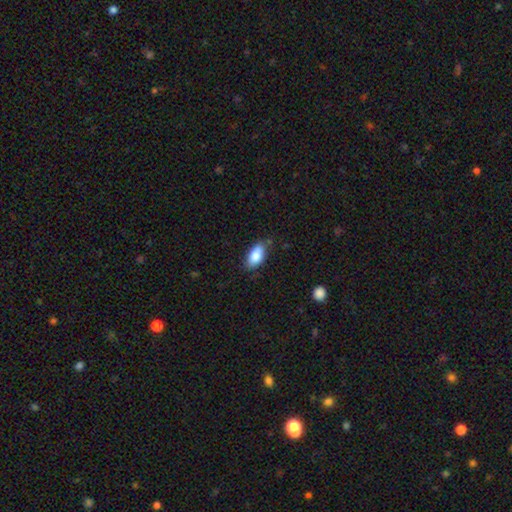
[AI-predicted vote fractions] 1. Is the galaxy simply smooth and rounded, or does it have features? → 83% smooth, 10% featured or disk, 7% star or artifact.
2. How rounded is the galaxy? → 90% in between, 6% cigar-shaped, 4% round.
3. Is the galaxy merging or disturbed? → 74% none, 20% minor disturbance, 3% major disturbance, 3% merger.